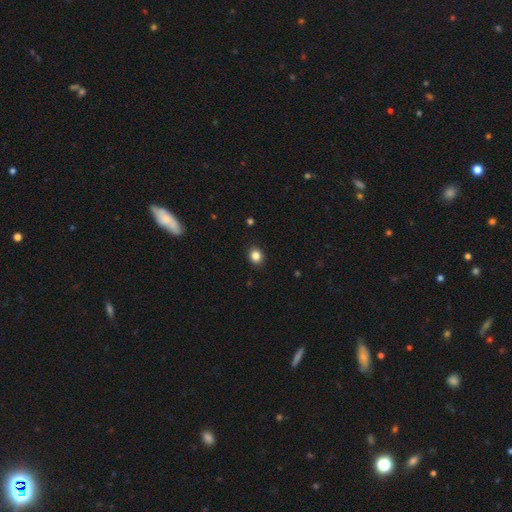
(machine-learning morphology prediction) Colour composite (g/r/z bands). It shows a smooth galaxy with no disk features (84%) that is round (72%). Merging: none (90%).